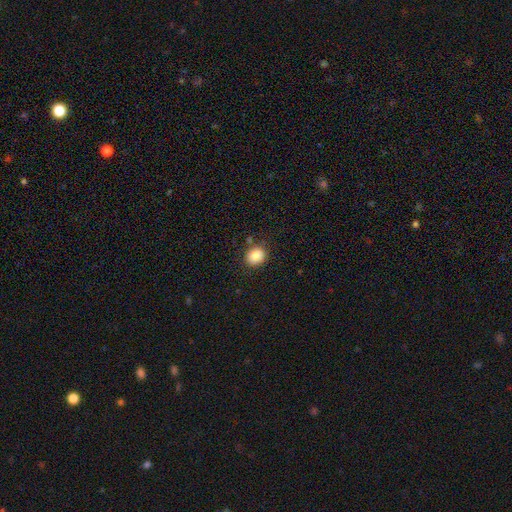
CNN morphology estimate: smooth_or_featured: smooth (p=0.88) [alt: star or artifact p=0.09]
how_rounded: round (p=0.61) [alt: in between p=0.38]
merging: none (p=0.81) [alt: minor disturbance p=0.12]